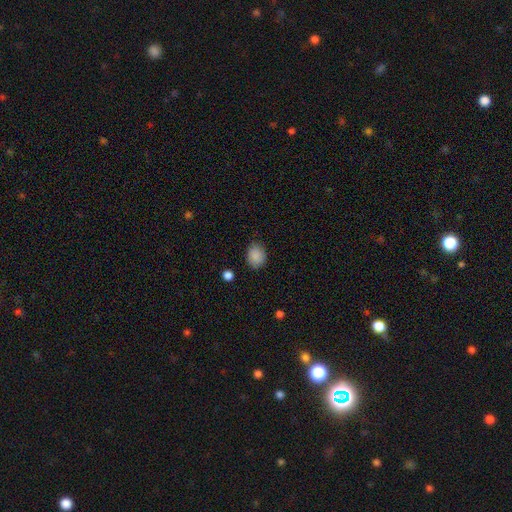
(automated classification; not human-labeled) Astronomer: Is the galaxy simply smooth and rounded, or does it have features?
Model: smooth — 88%.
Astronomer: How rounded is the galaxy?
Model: round — 55% (runner-up: in between, 44%).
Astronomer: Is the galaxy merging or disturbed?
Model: none — 82%.